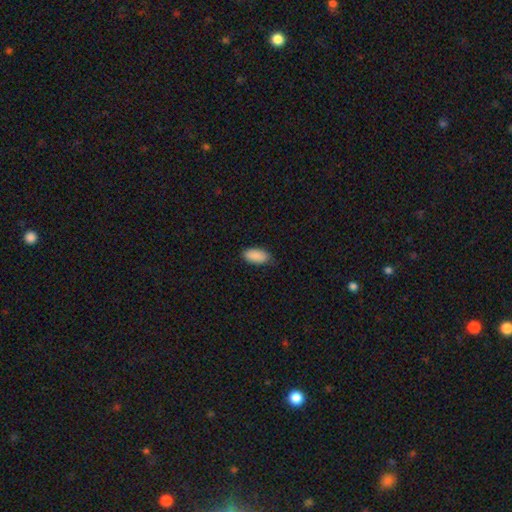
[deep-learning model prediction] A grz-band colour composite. It shows a smooth galaxy with no disk features (90%) that is in between round and cigar-shaped (93%). Merging: none (81%).